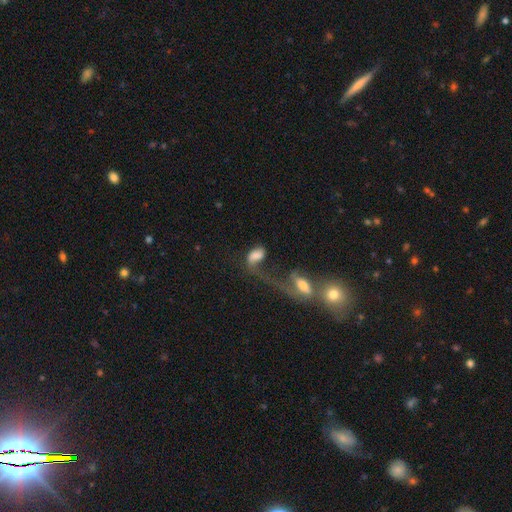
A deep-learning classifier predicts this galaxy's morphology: Smooth or featured? Predicted: smooth (p=0.58). How rounded? Predicted: in between (p=0.88). Merging? Predicted: merger (p=0.49).